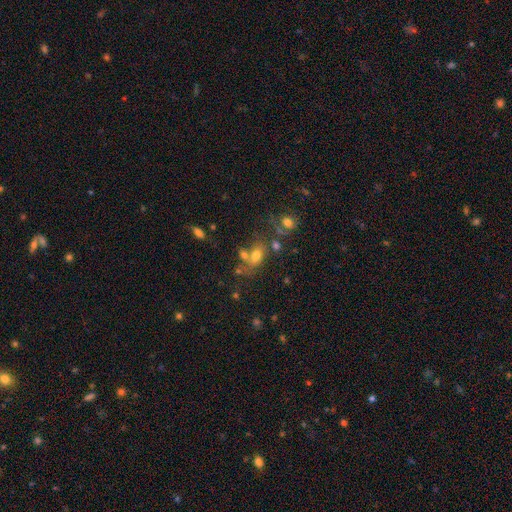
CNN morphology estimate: Smooth or featured? smooth (68%)
How rounded? in between (75%)
Merging? none (45%)